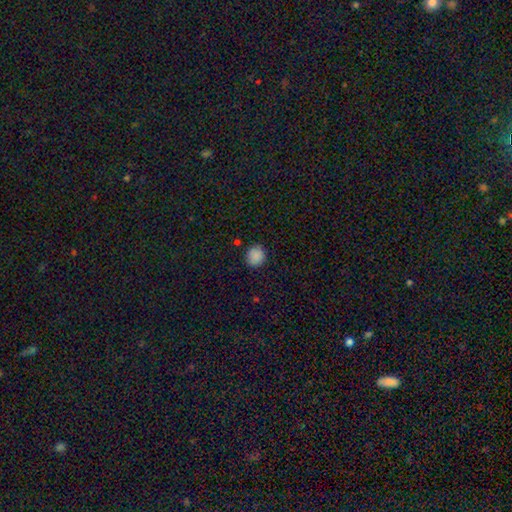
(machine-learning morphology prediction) smooth_or_featured: smooth (p=0.87) [alt: star or artifact p=0.10]
how_rounded: round (p=0.82) [alt: in between p=0.17]
merging: none (p=0.86) [alt: minor disturbance p=0.10]